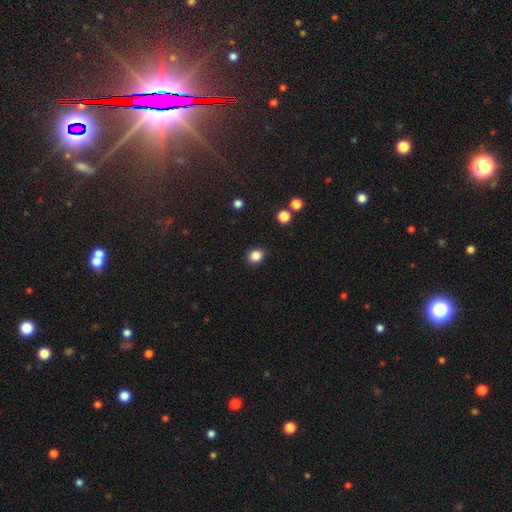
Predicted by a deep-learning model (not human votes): A smooth galaxy with no disk features (85%) that is round (69%). Merging: none (90%).